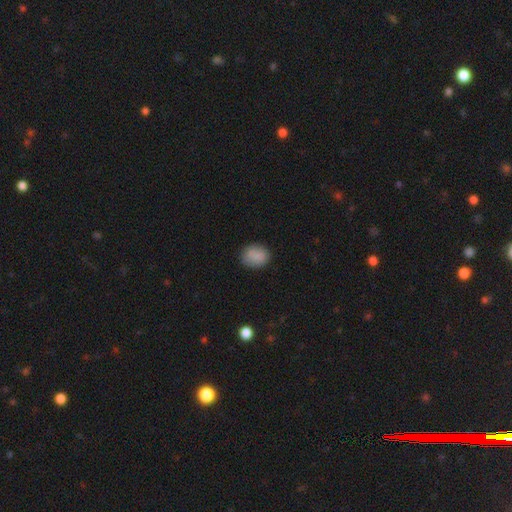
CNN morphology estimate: smooth 87%, star or artifact 8%, featured or disk 4%. Down the decision tree: how rounded — in between (50%); merging — none (84%).